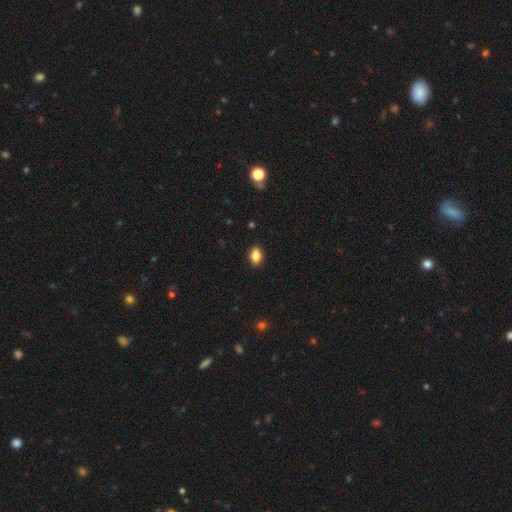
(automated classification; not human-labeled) The model was most divided on "how rounded": in between: 84%, round: 15%, cigar-shaped: 2%. More confident: merging — none (89%); smooth or featured — smooth (86%).